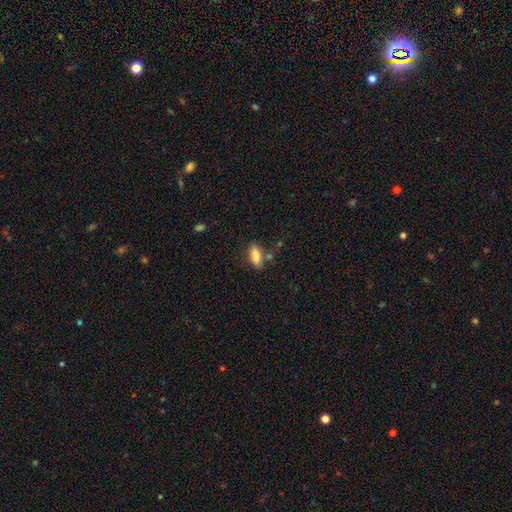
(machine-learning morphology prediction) This is clearly a smooth galaxy (82%). How rounded: likely in between (68%). Merging: likely none (71%).